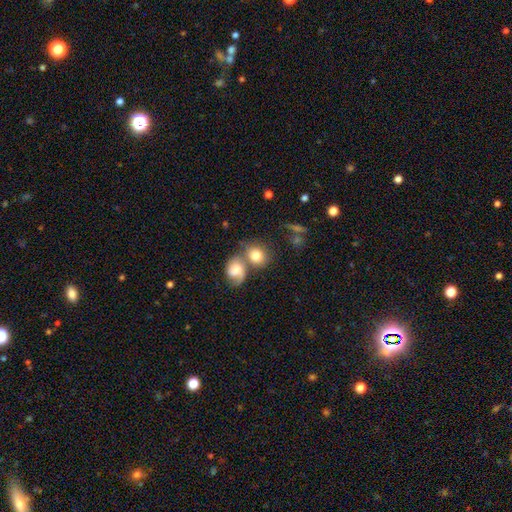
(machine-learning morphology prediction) smooth 75%, featured or disk 17%, star or artifact 8%. Down the decision tree: how rounded — round (65%); merging — merger (44%).